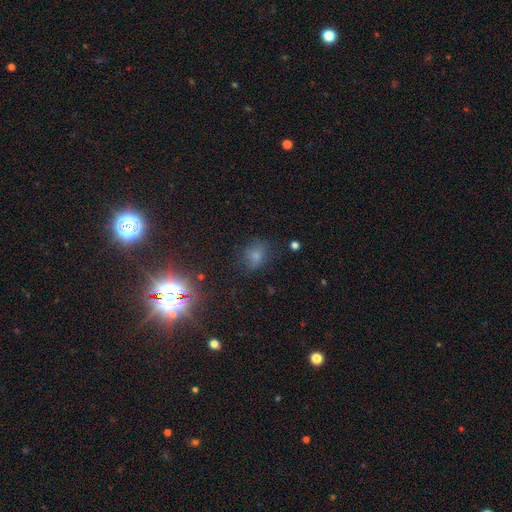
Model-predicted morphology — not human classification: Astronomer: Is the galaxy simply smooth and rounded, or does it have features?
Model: smooth — 65%.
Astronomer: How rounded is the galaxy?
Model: round — 52% (runner-up: in between, 47%).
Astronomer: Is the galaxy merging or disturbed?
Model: none — 69%.